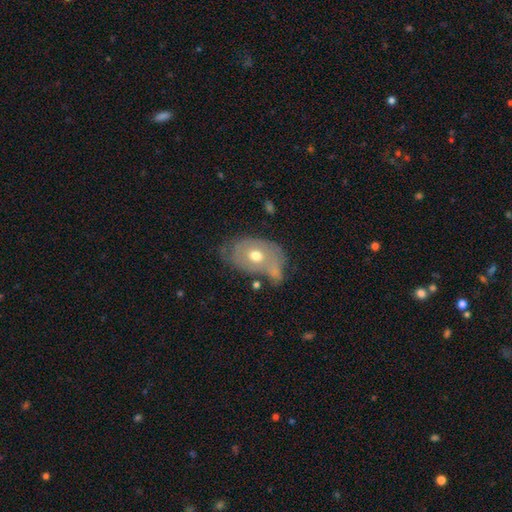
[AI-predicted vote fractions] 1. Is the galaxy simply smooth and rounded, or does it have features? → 55% featured or disk, 39% smooth, 7% star or artifact.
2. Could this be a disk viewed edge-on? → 92% no, 8% yes.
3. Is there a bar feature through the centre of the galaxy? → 85% no, 12% weak, 3% strong.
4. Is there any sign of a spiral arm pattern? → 56% no, 44% yes.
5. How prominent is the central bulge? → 78% moderate, 13% small, 7% large, 1% dominant, 1% none.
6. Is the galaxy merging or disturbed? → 42% none, 30% minor disturbance, 16% major disturbance, 12% merger.